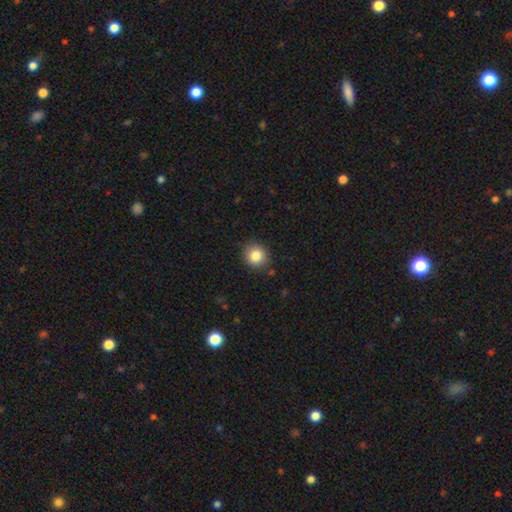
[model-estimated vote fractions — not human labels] smooth-or-featured: smooth: 85% | star or artifact: 10% | featured or disk: 6%
  how-rounded: round: 88% | in between: 11% | cigar-shaped: 1%
  merging: none: 88% | minor disturbance: 8% | major disturbance: 2% | merger: 1%